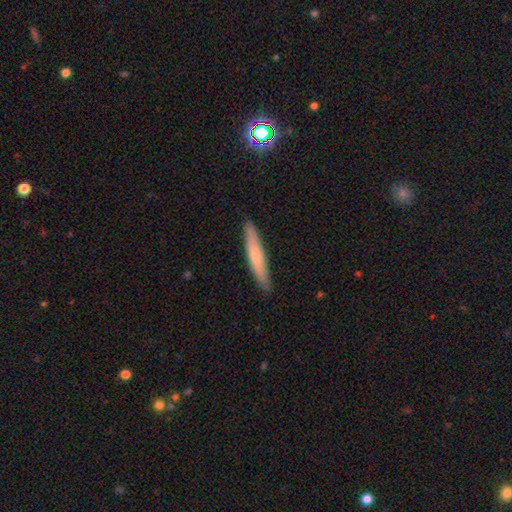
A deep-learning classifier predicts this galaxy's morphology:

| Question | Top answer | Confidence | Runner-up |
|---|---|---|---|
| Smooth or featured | smooth | 59% | featured or disk (36%) |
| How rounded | cigar-shaped | 92% | in between (7%) |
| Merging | none | 90% | minor disturbance (8%) |